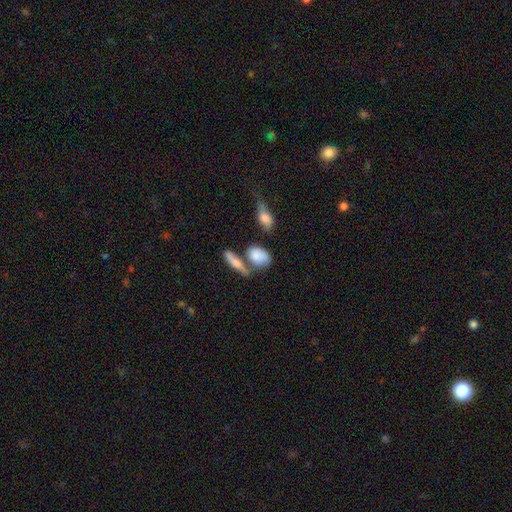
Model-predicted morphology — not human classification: Smooth or featured: smooth — 74% (featured or disk — 18%)
How rounded: in between — 78% (round — 12%)
Merging: merger — 41% (none — 33%)